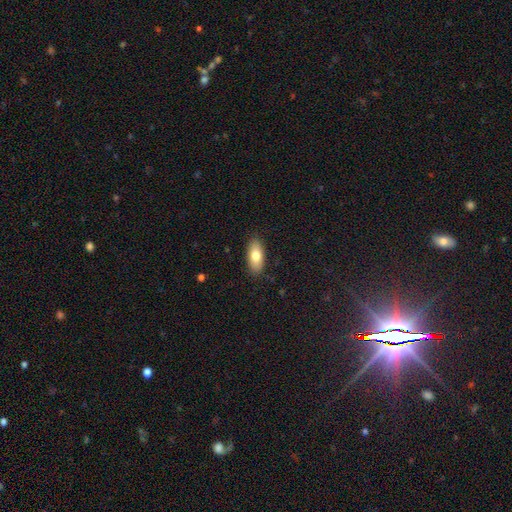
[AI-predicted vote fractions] Overall: smooth (77%). How rounded: in between (87%). Merging: none (88%).